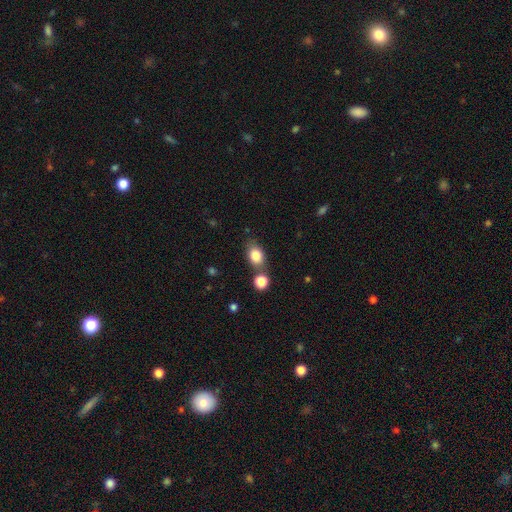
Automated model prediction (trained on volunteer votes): Smooth or featured: smooth — 83% (star or artifact — 9%)
How rounded: in between — 73% (round — 25%)
Merging: none — 65% (merger — 17%)